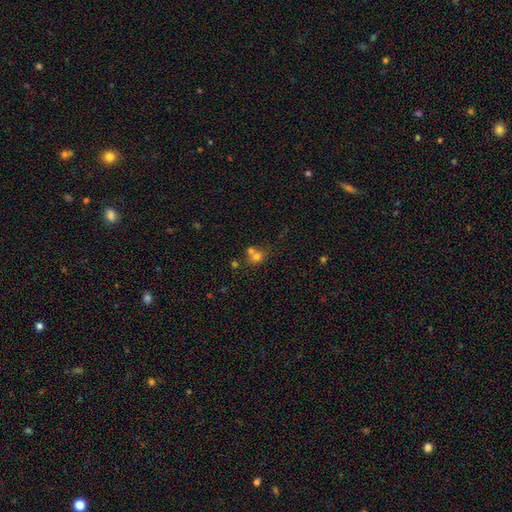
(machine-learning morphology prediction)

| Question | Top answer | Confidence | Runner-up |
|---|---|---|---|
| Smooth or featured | smooth | 68% | star or artifact (18%) |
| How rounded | round | 75% | in between (24%) |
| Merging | merger | 47% | none (41%) |